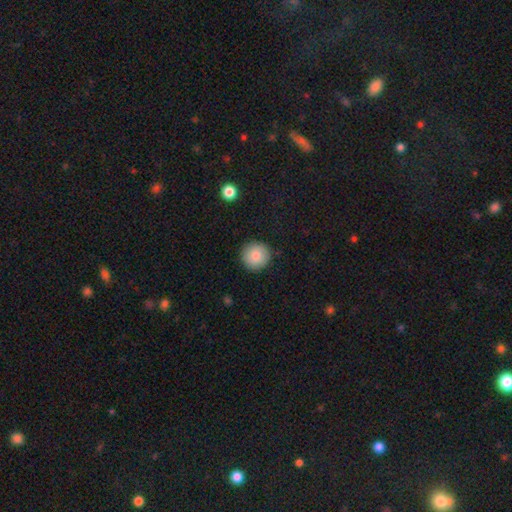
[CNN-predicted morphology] The model was most divided on "smooth or featured": smooth: 86%, star or artifact: 7%, featured or disk: 6%. More confident: how rounded — round (95%); merging — none (91%).